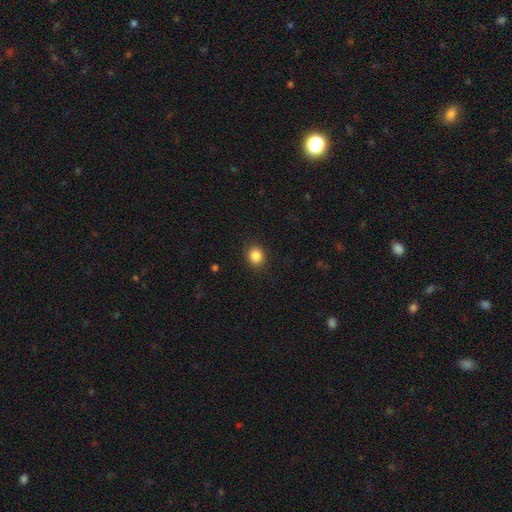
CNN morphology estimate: Q: Smooth or featured?
A: smooth (86%); runner-up: star or artifact (10%)
Q: How rounded?
A: round (75%); runner-up: in between (24%)
Q: Merging?
A: none (89%); runner-up: minor disturbance (7%)